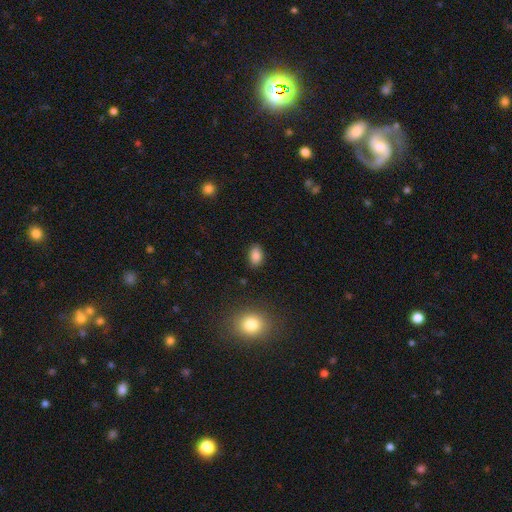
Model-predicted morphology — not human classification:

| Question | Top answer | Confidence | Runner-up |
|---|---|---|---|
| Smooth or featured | smooth | 84% | star or artifact (10%) |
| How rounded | in between | 85% | round (13%) |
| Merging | none | 86% | minor disturbance (10%) |